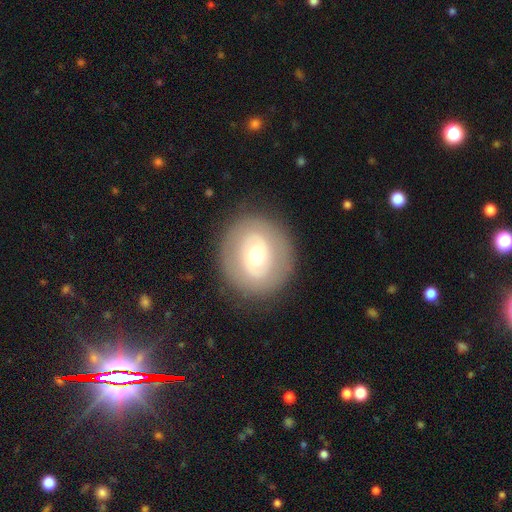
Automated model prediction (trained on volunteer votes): Smooth or featured? featured or disk (55%)
Edge-on disk? no (96%)
Bar? no (68%)
Spiral arms? no (59%)
Bulge size? moderate (55%)
Merging? none (85%)